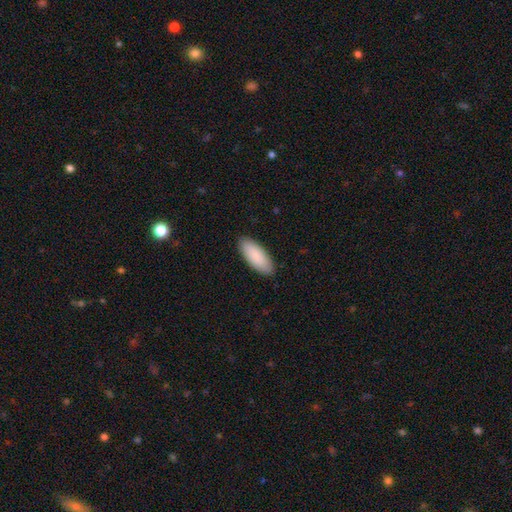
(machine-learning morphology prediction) Overall: smooth (90%). How rounded: in between (78%). Merging: none (90%).